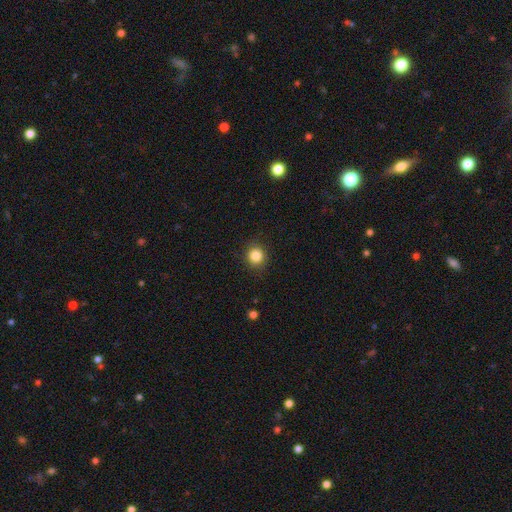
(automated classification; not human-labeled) Smooth or featured?
  - smooth: 85% *
  - star or artifact: 11%
  - featured or disk: 4%
How rounded?
  - round: 89% *
  - in between: 10%
  - cigar-shaped: 1%
Merging?
  - none: 89% *
  - minor disturbance: 8%
  - major disturbance: 2%
  - merger: 1%